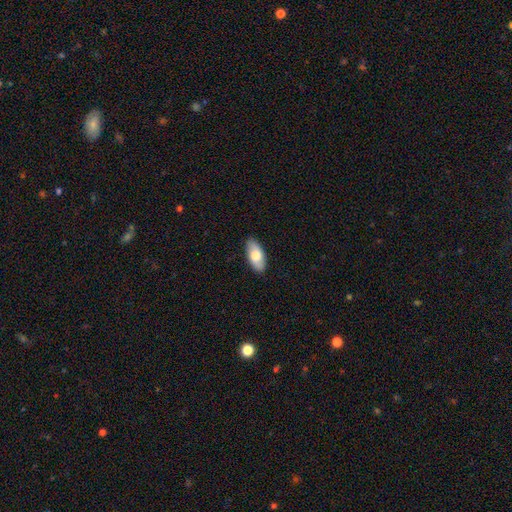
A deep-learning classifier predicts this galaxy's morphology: A smooth galaxy with no disk features (72%) that is in between round and cigar-shaped (90%). Merging: none (88%).